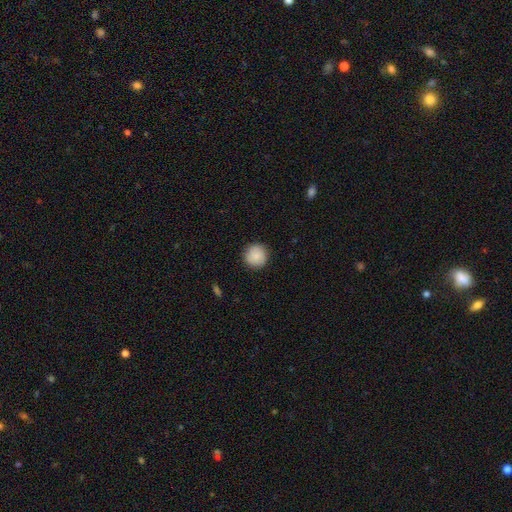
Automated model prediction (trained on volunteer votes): Morphology: type=smooth (88%); roundness=round (95%); merging=none (91%).